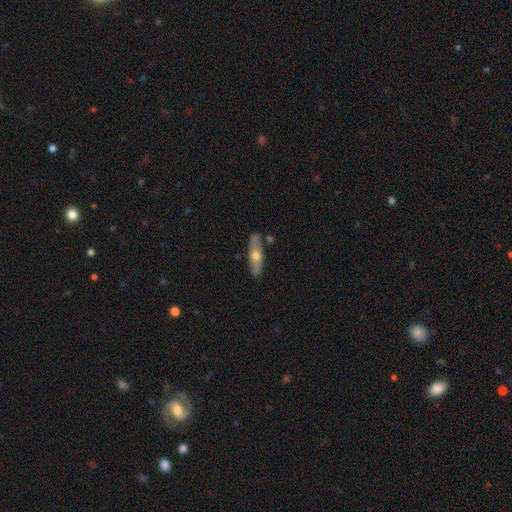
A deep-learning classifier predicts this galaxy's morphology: Smooth or featured: featured or disk — 50% (smooth — 45%)
Merging: none — 83% (minor disturbance — 11%)